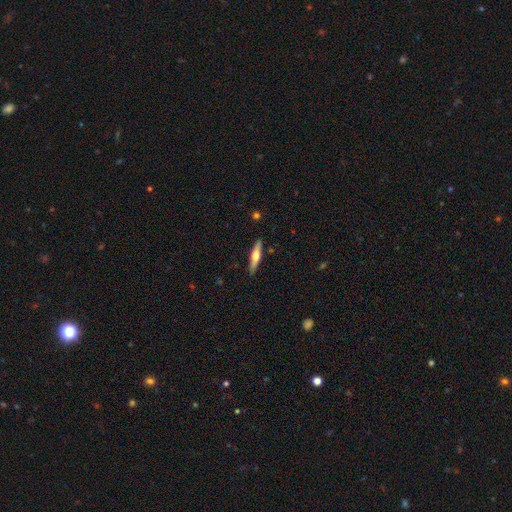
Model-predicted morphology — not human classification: The model was most divided on "smooth or featured": featured or disk: 49%, smooth: 45%, star or artifact: 5%. More confident: merging — none (88%).